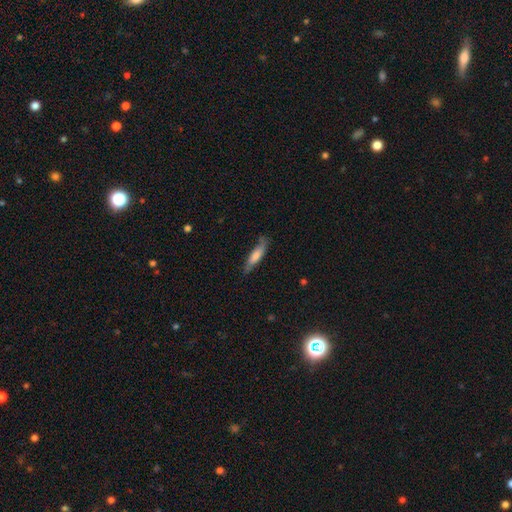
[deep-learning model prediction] Smooth or featured? Predicted: smooth (p=0.63). How rounded? Predicted: cigar-shaped (p=0.75). Merging? Predicted: none (p=0.72).